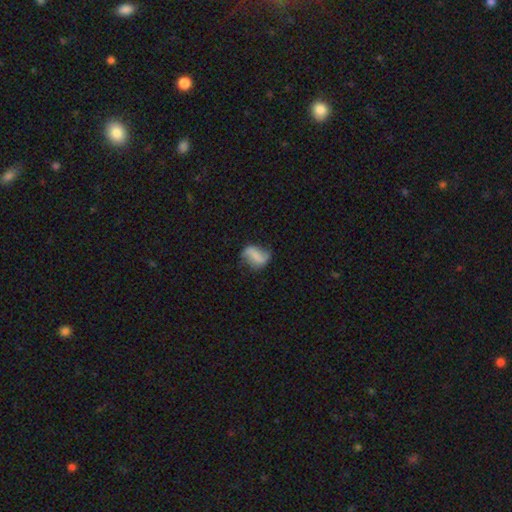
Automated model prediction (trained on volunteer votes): This is possibly a featured or disk galaxy (59%). It is clearly not viewed edge-on (96%). Bar: marginally strong (43%). Spiral arm pattern: clearly yes (82%). Central bulge: possibly none (52%). Merging: likely none (61%).